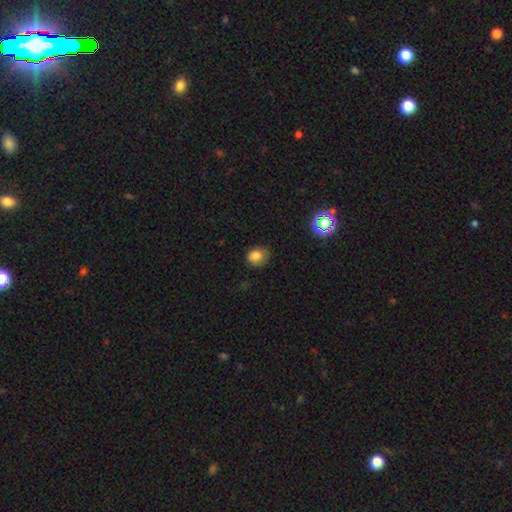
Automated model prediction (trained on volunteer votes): A smooth galaxy with no disk features (82%) that is round (54%). Merging: none (69%).